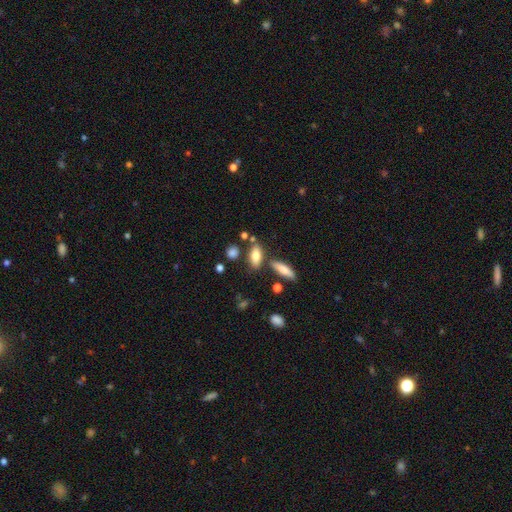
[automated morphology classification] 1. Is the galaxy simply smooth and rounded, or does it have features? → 78% smooth, 13% featured or disk, 9% star or artifact.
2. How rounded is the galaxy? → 78% in between, 16% cigar-shaped, 6% round.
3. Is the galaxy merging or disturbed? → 68% none, 14% minor disturbance, 13% merger, 4% major disturbance.